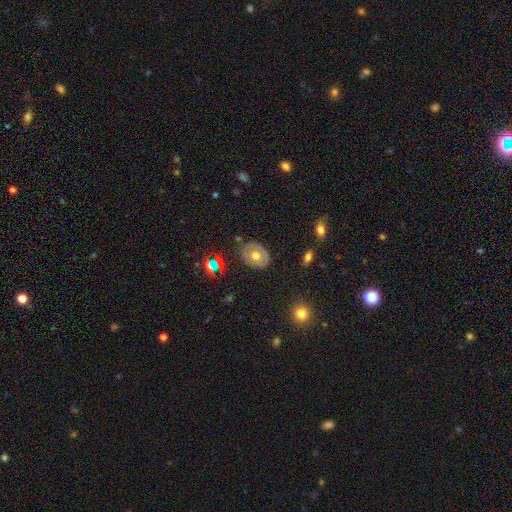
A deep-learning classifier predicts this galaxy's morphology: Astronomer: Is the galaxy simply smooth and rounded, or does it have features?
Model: smooth — 54% (runner-up: featured or disk, 35%).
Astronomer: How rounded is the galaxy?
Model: in between — 67%.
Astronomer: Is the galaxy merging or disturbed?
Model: none — 77%.